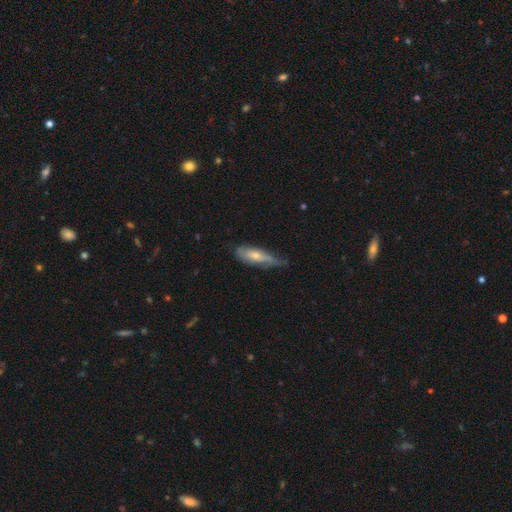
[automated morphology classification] This appears to be a smooth galaxy with no disk features (60%) that is cigar-shaped (50%). Merging: minor disturbance (44%).